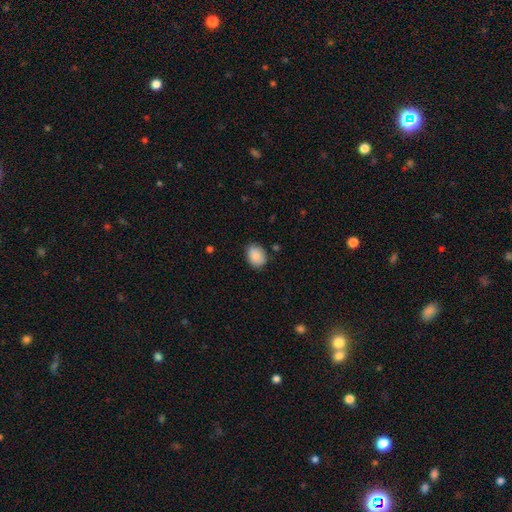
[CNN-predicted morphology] smooth-or-featured: smooth: 87% | star or artifact: 7% | featured or disk: 6%
  how-rounded: in between: 66% | round: 33% | cigar-shaped: 1%
  merging: none: 83% | minor disturbance: 13% | major disturbance: 3% | merger: 2%